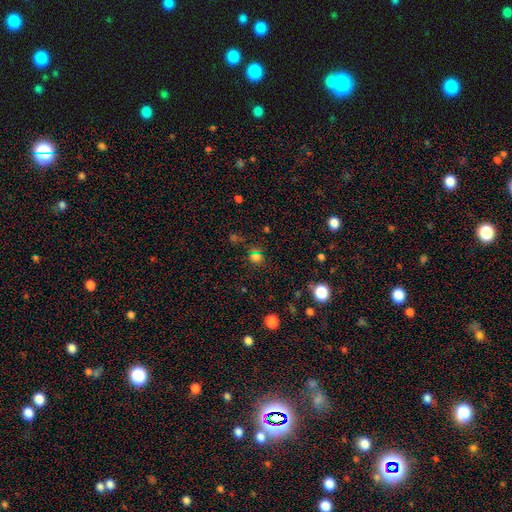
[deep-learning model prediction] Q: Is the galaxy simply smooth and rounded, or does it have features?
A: smooth — 61%.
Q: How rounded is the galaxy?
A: round — 84%.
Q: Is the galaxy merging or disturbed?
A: none — 80%.